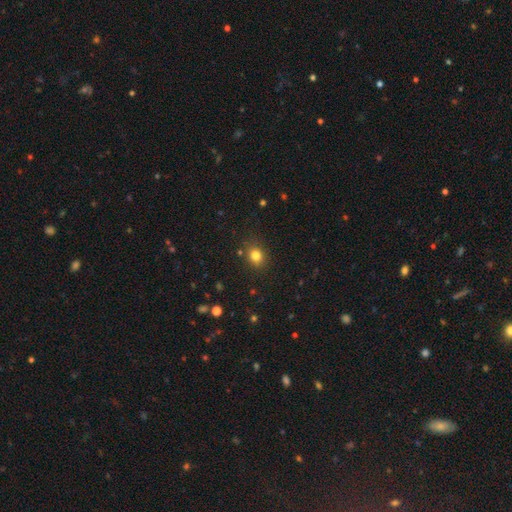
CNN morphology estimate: A smooth galaxy with no disk features (80%) that is round (65%).

Vote fractions:
- Smooth or featured? smooth: 80% / star or artifact: 13% / featured or disk: 6%
- How rounded? round: 65% / in between: 34% / cigar-shaped: 1%
- Merging? none: 85% / minor disturbance: 10% / major disturbance: 3% / merger: 2%